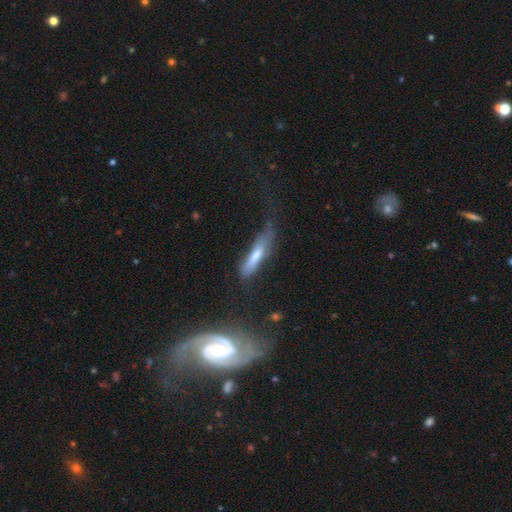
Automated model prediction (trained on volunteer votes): This is likely a featured or disk galaxy (63%). It is likely not viewed edge-on (65%). Merging: marginally none (40%).